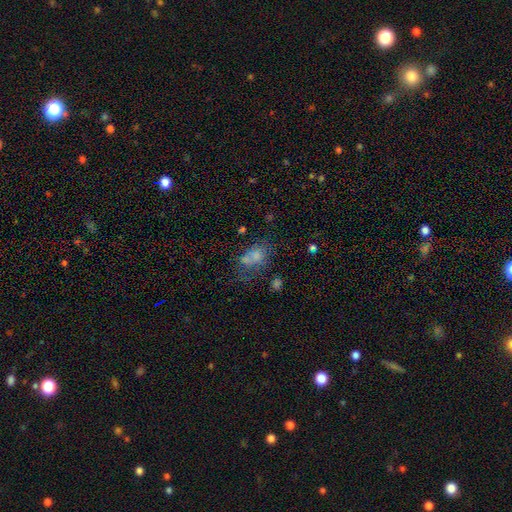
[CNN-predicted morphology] This appears to be a smooth galaxy with no disk features (57%) that is in between round and cigar-shaped (69%). Merging: none (37%).